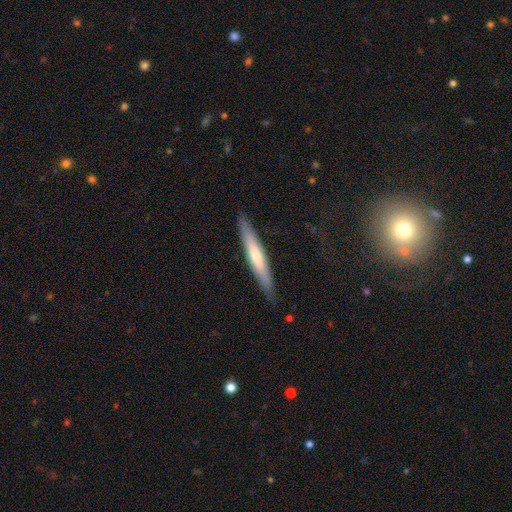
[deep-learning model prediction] Q: Smooth or featured?
A: featured or disk (48%); runner-up: smooth (46%)
Q: Merging?
A: none (88%); runner-up: minor disturbance (9%)